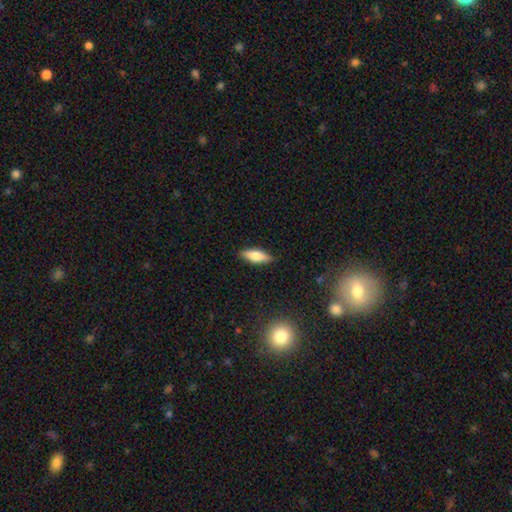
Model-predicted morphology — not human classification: Smooth or featured? smooth (72%)
How rounded? in between (58%)
Merging? none (87%)